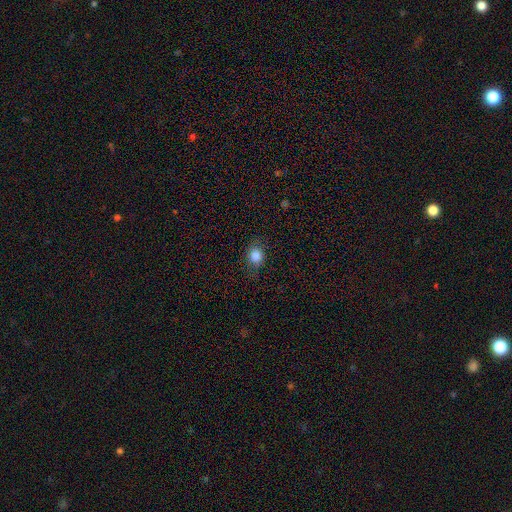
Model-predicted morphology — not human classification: Q: Smooth or featured?
A: smooth (83%); runner-up: star or artifact (10%)
Q: How rounded?
A: round (52%); runner-up: in between (46%)
Q: Merging?
A: none (75%); runner-up: minor disturbance (18%)